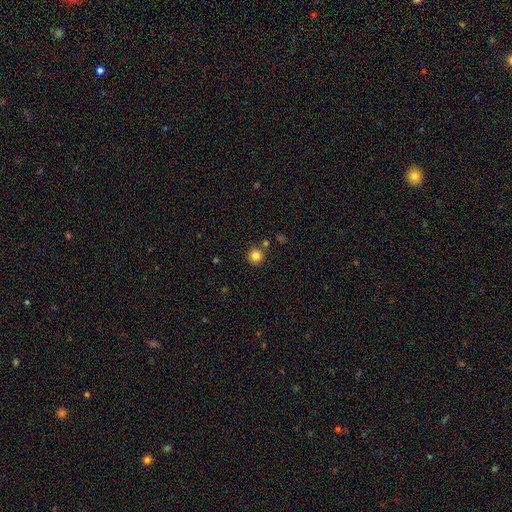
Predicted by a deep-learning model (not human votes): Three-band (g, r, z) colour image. It shows a smooth galaxy with no disk features (83%) that is round (94%). Merging: none (83%).